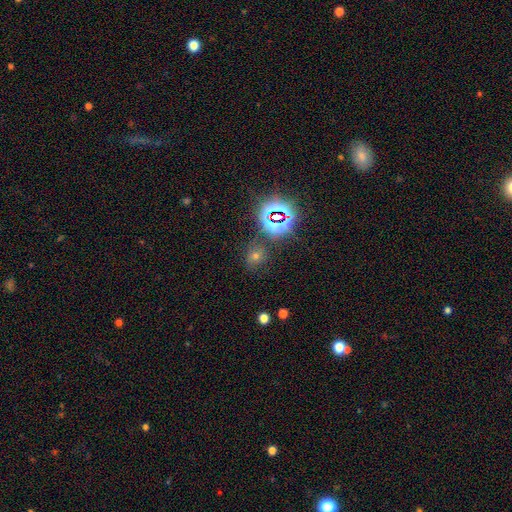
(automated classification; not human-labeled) Smooth or featured: star or artifact — 52% (smooth — 37%)